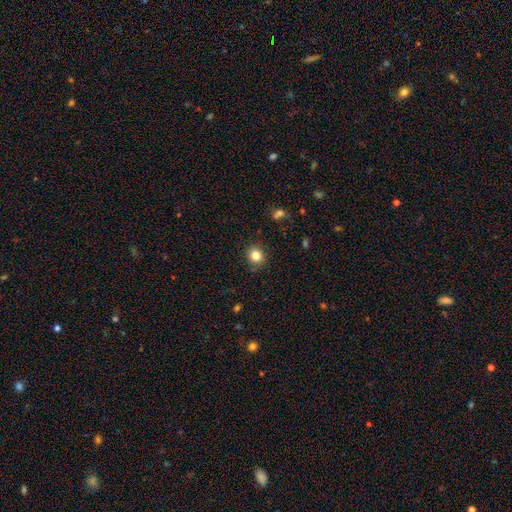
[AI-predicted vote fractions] smooth 83%, star or artifact 11%, featured or disk 6%. Down the decision tree: how rounded — round (78%); merging — none (88%).